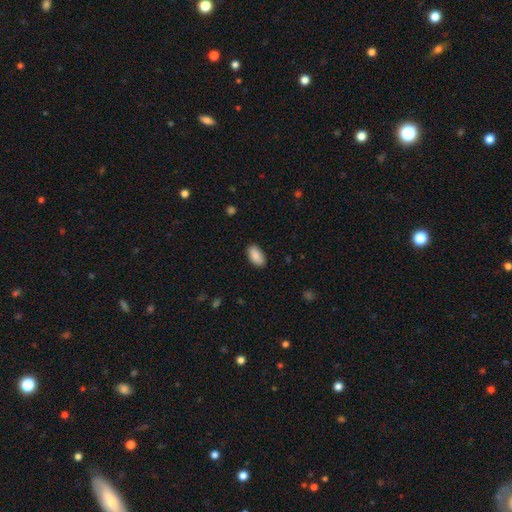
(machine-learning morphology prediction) smooth 89%, star or artifact 6%, featured or disk 5%. Down the decision tree: how rounded — in between (95%); merging — none (85%).